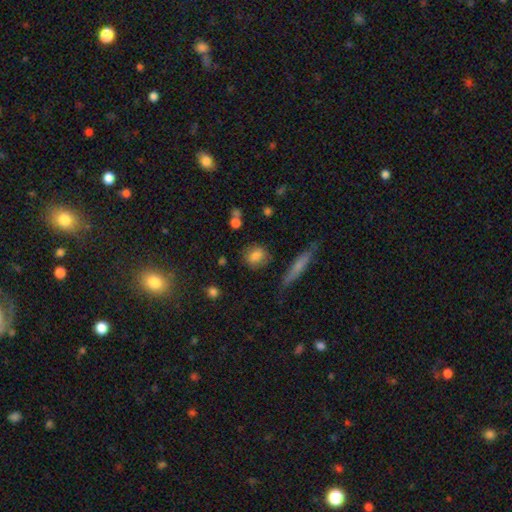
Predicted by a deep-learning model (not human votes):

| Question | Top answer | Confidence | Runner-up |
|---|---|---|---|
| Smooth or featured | smooth | 79% | featured or disk (12%) |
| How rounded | round | 57% | in between (38%) |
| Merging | none | 76% | minor disturbance (15%) |